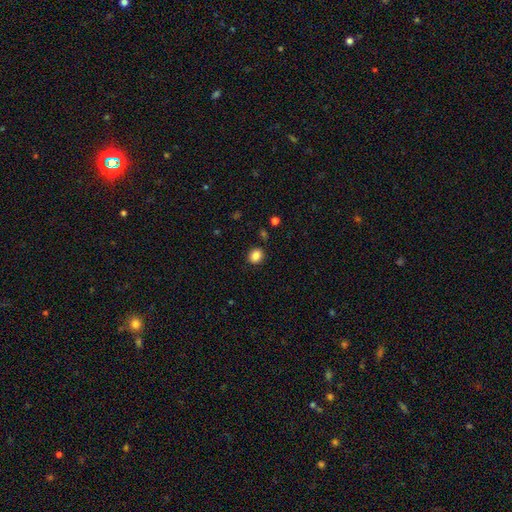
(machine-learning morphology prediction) This appears to be a smooth galaxy with no disk features (85%) that is round (71%). Merging: none (89%).